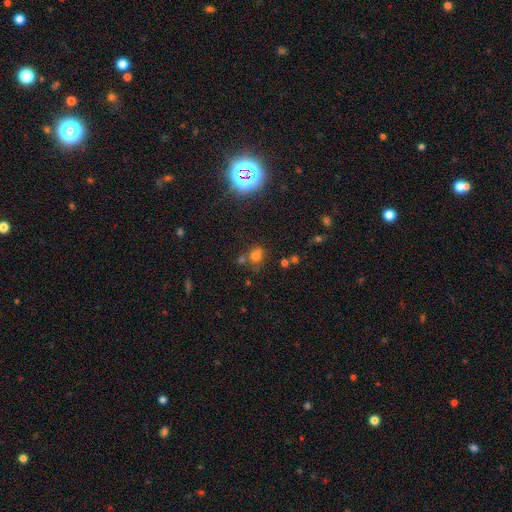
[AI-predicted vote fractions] smooth_or_featured: smooth (p=0.64) [alt: star or artifact p=0.26]
how_rounded: round (p=0.64) [alt: in between p=0.34]
merging: none (p=0.60) [alt: merger p=0.20]